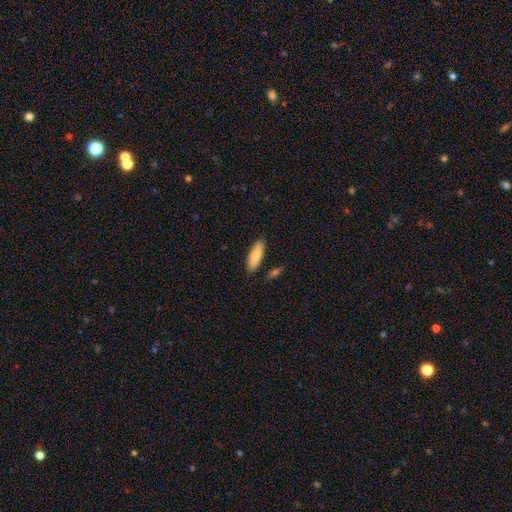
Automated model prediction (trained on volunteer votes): The model was most divided on "how rounded": in between: 67%, cigar-shaped: 31%, round: 2%. More confident: merging — none (84%); smooth or featured — smooth (79%).